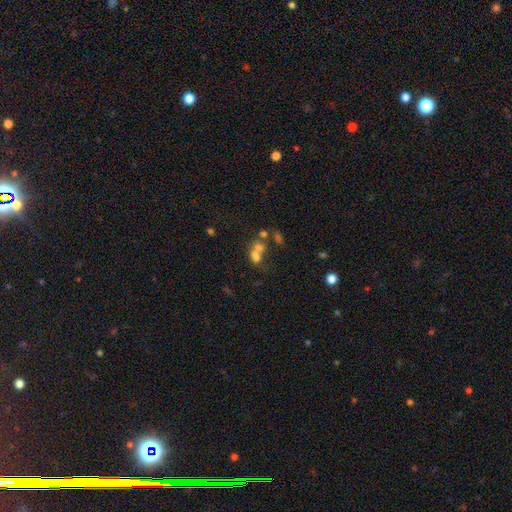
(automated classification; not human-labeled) smooth_or_featured: smooth (p=0.56) [alt: featured or disk p=0.26]
how_rounded: round (p=0.51) [alt: in between p=0.47]
merging: merger (p=0.60) [alt: none p=0.24]